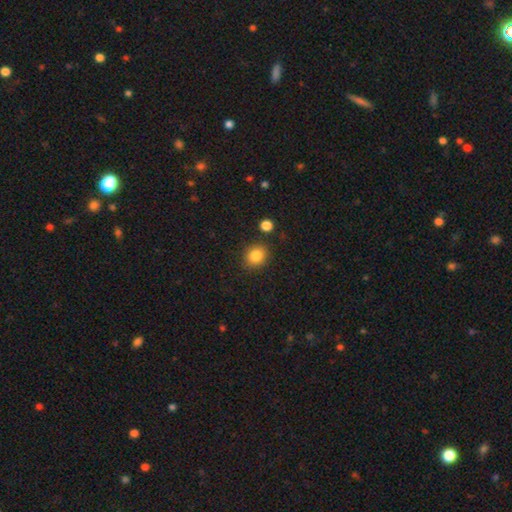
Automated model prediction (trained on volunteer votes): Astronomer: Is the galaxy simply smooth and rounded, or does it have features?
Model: smooth — 84%.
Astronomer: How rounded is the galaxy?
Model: round — 76%.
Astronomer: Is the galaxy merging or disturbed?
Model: none — 85%.